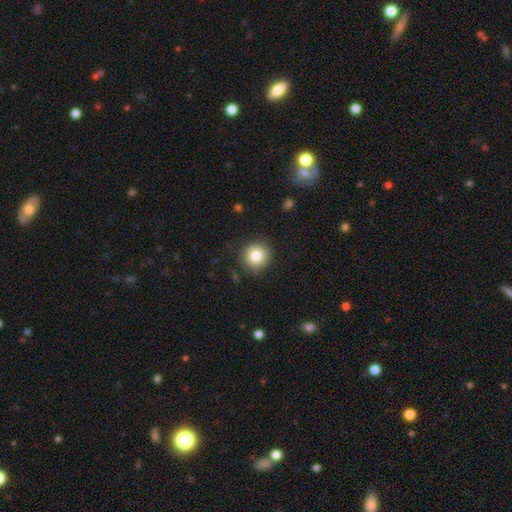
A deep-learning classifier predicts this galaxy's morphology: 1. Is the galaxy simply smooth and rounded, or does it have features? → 82% smooth, 10% star or artifact, 8% featured or disk.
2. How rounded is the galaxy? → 94% round, 5% in between, 1% cigar-shaped.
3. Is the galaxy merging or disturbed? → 89% none, 8% minor disturbance, 2% major disturbance, 1% merger.